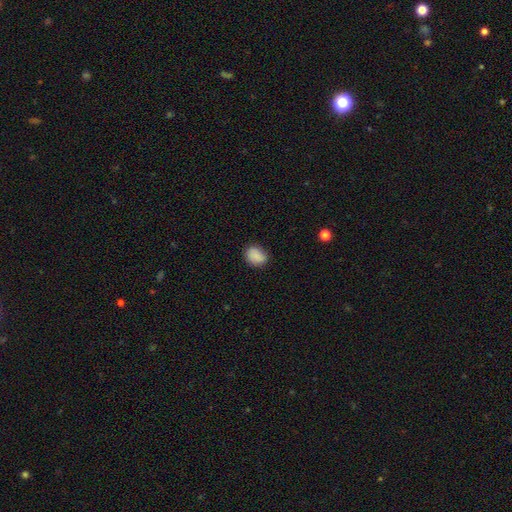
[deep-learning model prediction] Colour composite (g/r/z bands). It shows a smooth galaxy with no disk features (86%) that is in between round and cigar-shaped (54%). Merging: none (79%).